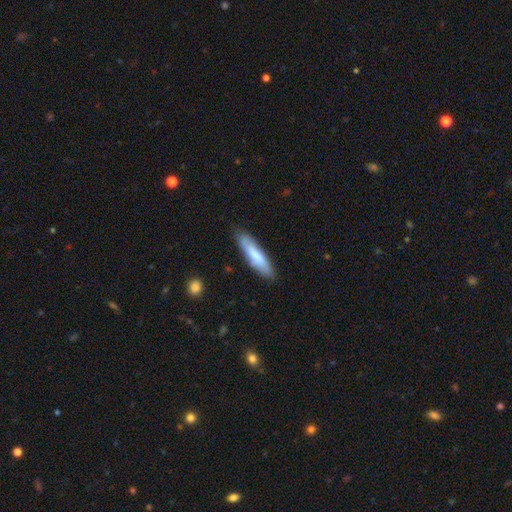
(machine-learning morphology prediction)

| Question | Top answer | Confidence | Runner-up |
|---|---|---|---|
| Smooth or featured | smooth | 73% | featured or disk (21%) |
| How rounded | cigar-shaped | 80% | in between (19%) |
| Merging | none | 81% | minor disturbance (14%) |